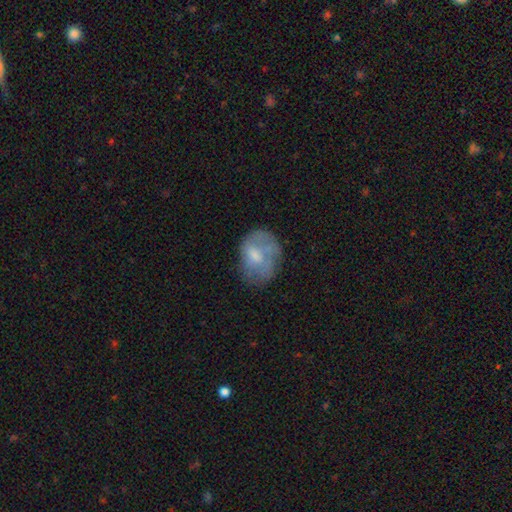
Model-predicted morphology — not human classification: This is possibly a smooth galaxy (58%). How rounded: likely in between (61%). Merging: possibly none (49%).